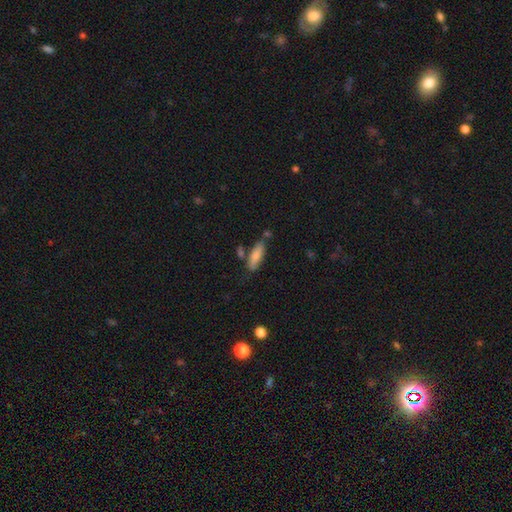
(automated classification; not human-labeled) Overall: smooth (77%). How rounded: in between (51%; cigar-shaped 47%). Merging: none (66%).